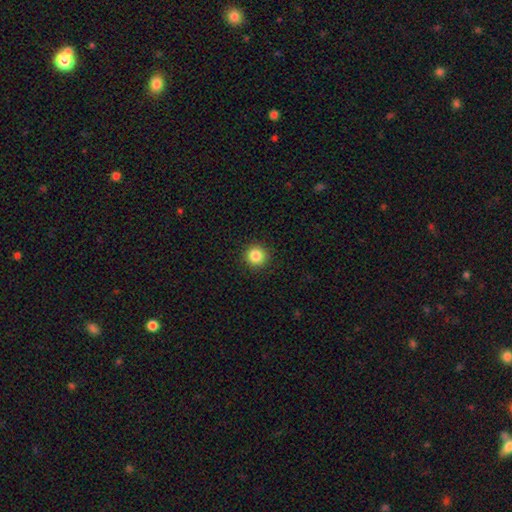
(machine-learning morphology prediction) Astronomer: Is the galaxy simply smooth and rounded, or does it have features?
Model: smooth — 87%.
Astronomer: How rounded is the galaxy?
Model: round — 95%.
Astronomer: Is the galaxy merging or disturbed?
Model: none — 92%.